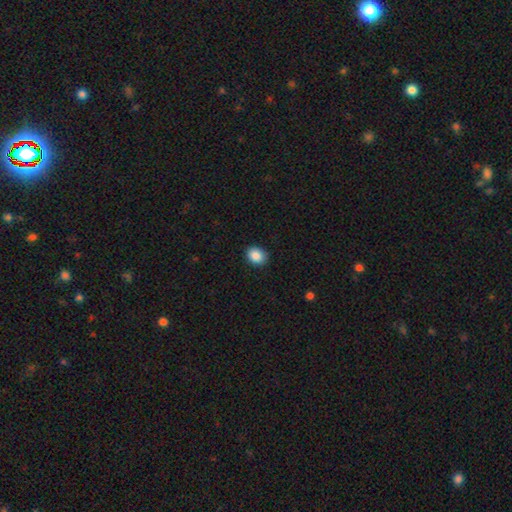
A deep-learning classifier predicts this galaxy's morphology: This is clearly a smooth galaxy (88%). How rounded: possibly in between (53%). Merging: clearly none (88%).